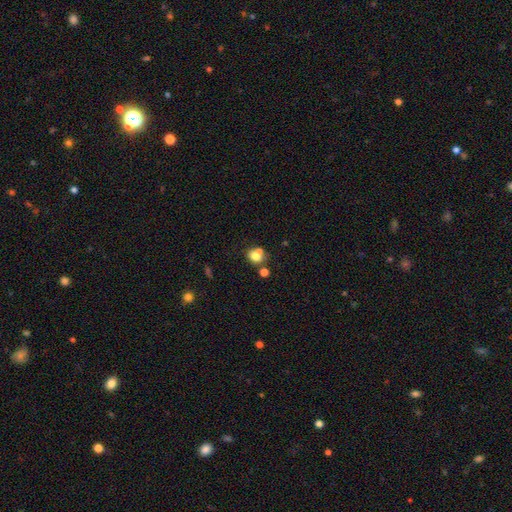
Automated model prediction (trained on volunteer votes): The model was most divided on "merging": none: 44%, merger: 41%, minor disturbance: 11%, major disturbance: 5%. More confident: smooth or featured — smooth (72%); how rounded — round (59%).